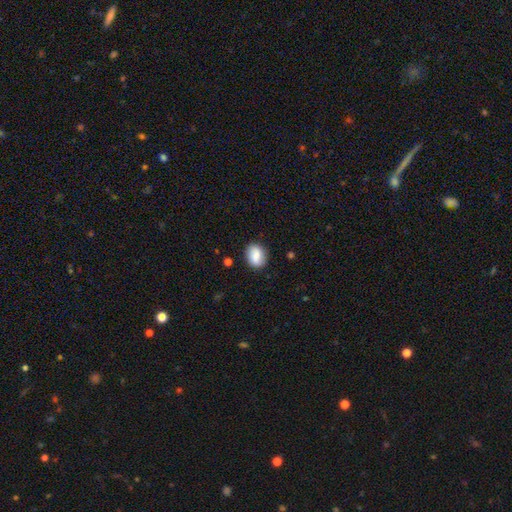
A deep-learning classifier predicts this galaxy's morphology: Smooth or featured? Predicted: smooth (p=0.79). How rounded? Predicted: in between (p=0.59). Merging? Predicted: none (p=0.83).